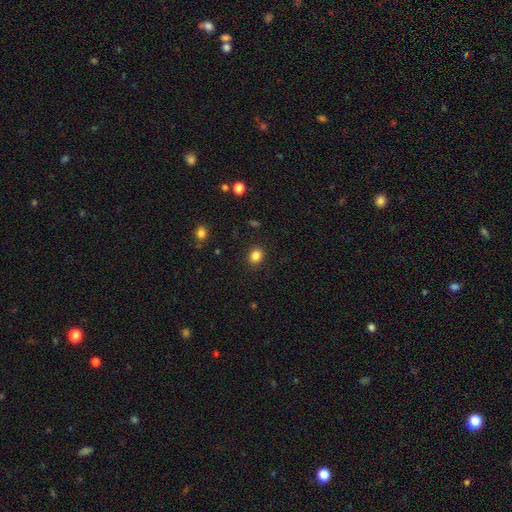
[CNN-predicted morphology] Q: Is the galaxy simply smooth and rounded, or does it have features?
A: smooth — 84%.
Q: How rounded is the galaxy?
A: round — 62%.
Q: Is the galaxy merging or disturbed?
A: none — 89%.